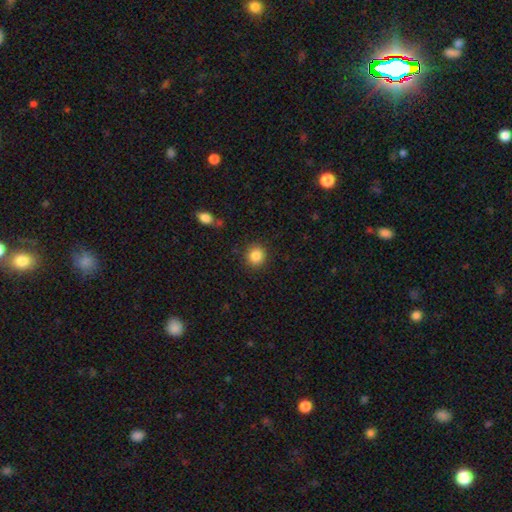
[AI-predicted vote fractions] Smooth or featured: smooth — 86% (star or artifact — 10%)
How rounded: round — 87% (in between — 12%)
Merging: none — 88% (minor disturbance — 8%)